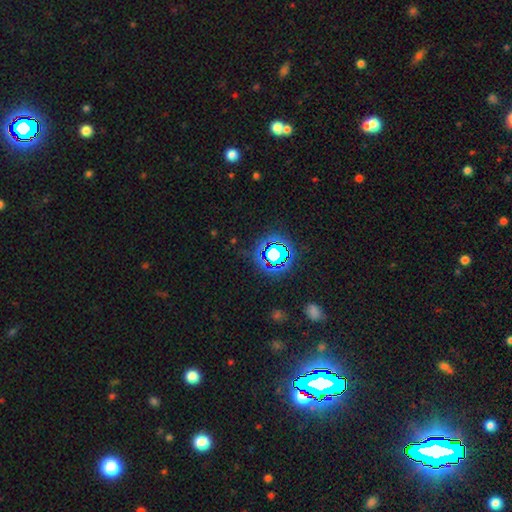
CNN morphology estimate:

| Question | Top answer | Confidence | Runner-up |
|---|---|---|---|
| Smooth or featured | star or artifact | 81% | smooth (12%) |